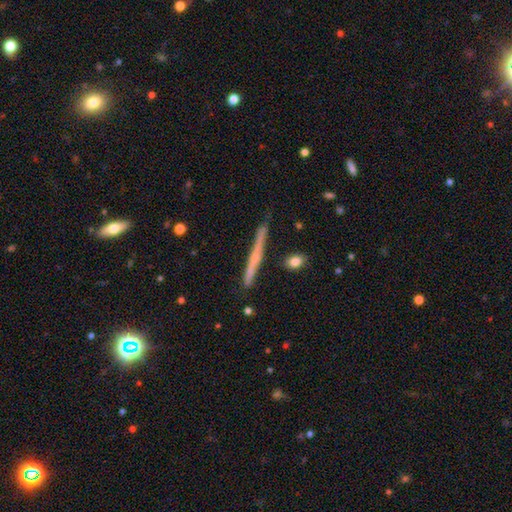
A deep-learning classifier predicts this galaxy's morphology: Smooth or featured: featured or disk — 57% (smooth — 37%)
Edge-on disk: yes — 97% (no — 3%)
Edge-on bulge: none — 70% (rounded — 23%)
Merging: none — 84% (minor disturbance — 12%)